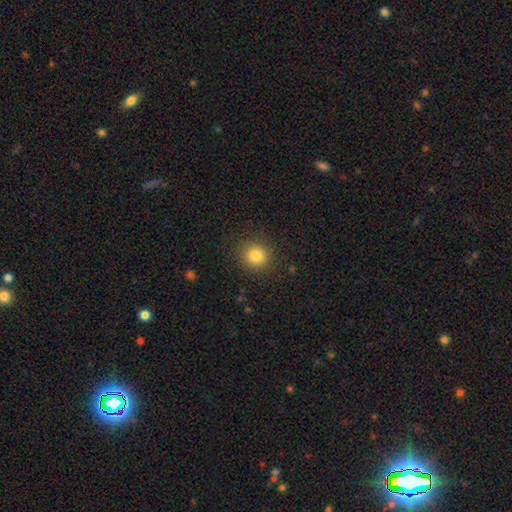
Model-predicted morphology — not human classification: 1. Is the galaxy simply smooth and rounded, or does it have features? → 82% smooth, 12% star or artifact, 6% featured or disk.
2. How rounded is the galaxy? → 84% round, 15% in between, 1% cigar-shaped.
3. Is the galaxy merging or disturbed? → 88% none, 8% minor disturbance, 3% major disturbance, 1% merger.